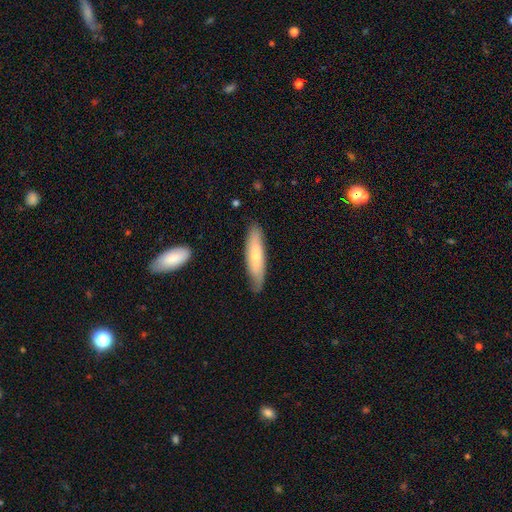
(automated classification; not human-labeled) Q: Smooth or featured?
A: smooth (62%); runner-up: featured or disk (32%)
Q: How rounded?
A: cigar-shaped (73%); runner-up: in between (25%)
Q: Merging?
A: none (74%); runner-up: minor disturbance (21%)